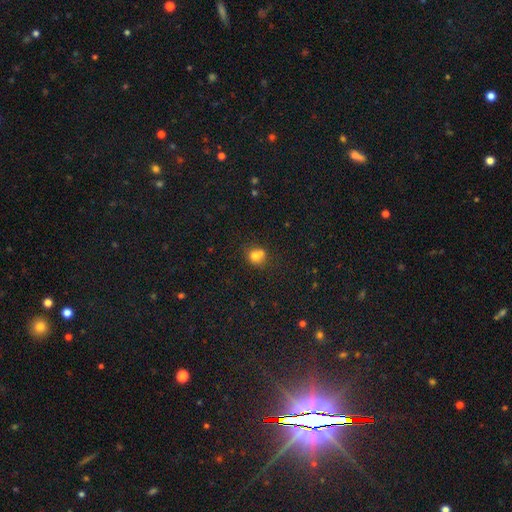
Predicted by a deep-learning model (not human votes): This appears to be a smooth galaxy with no disk features (75%) that is round (74%). Merging: none (43%).